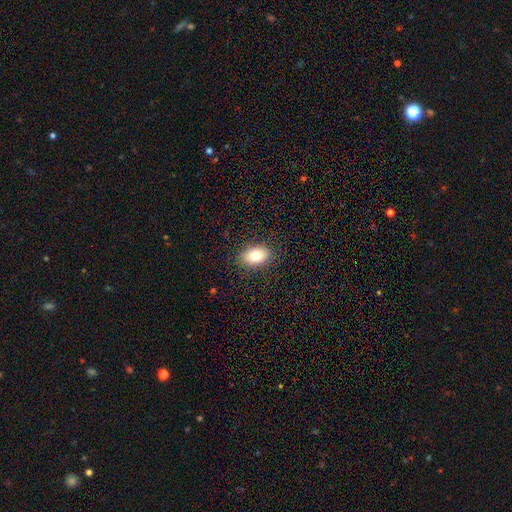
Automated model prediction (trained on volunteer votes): Smooth or featured?
  - smooth: 78% *
  - featured or disk: 13%
  - star or artifact: 9%
How rounded?
  - in between: 83% *
  - round: 15%
  - cigar-shaped: 1%
Merging?
  - none: 86% *
  - minor disturbance: 10%
  - major disturbance: 3%
  - merger: 1%